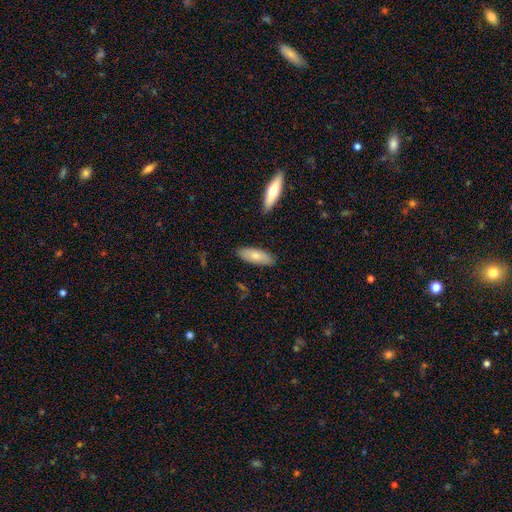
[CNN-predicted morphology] smooth_or_featured: smooth (p=0.77) [alt: featured or disk p=0.17]
how_rounded: in between (p=0.67) [alt: cigar-shaped p=0.32]
merging: none (p=0.86) [alt: minor disturbance p=0.10]